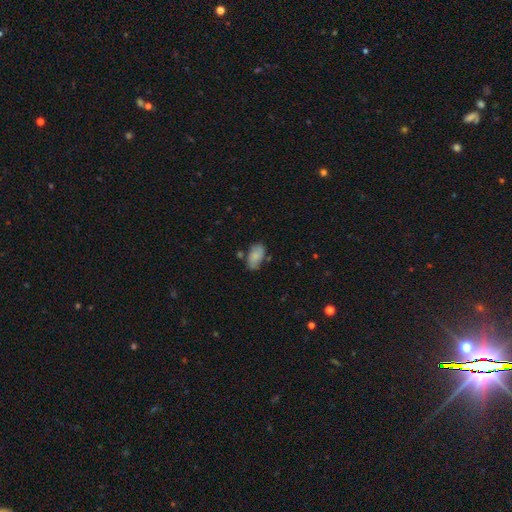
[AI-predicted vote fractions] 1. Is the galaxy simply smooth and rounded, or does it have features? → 74% smooth, 18% featured or disk, 7% star or artifact.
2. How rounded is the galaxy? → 93% in between, 4% round, 3% cigar-shaped.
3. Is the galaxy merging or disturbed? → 68% none, 21% minor disturbance, 6% merger, 5% major disturbance.